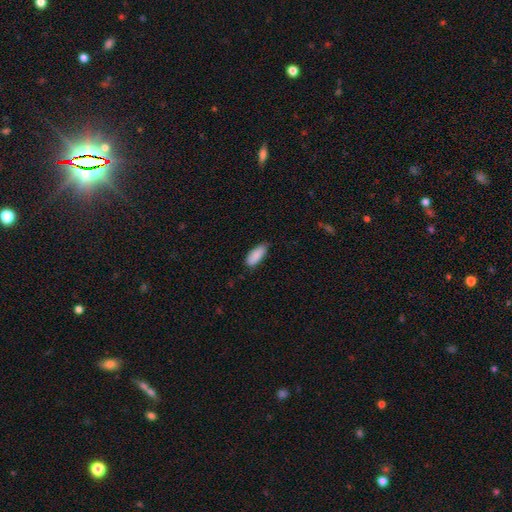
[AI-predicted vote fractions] smooth_or_featured: smooth (p=0.89) [alt: star or artifact p=0.06]
how_rounded: in between (p=0.83) [alt: cigar-shaped p=0.15]
merging: none (p=0.74) [alt: minor disturbance p=0.22]